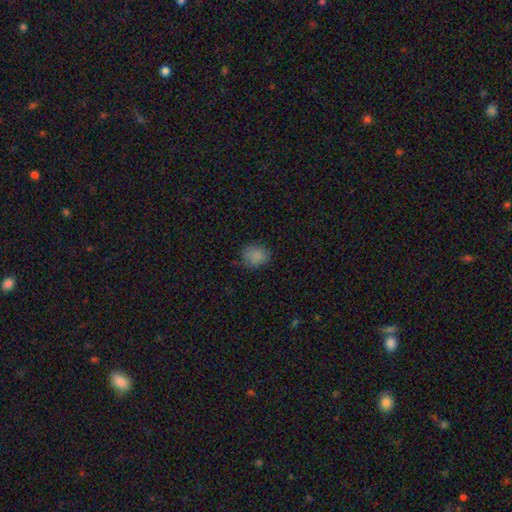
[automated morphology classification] Overall: smooth (83%). How rounded: round (68%; in between 31%). Merging: none (76%).